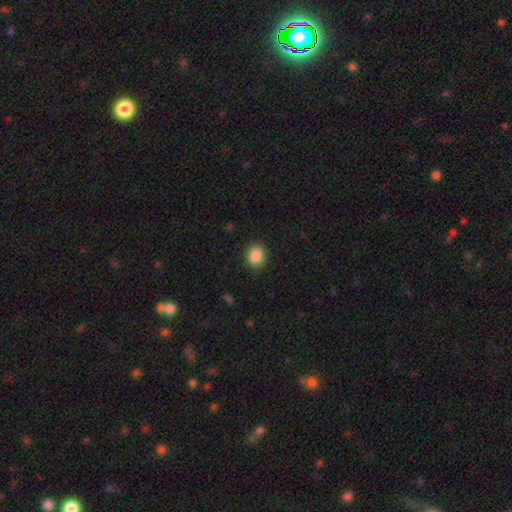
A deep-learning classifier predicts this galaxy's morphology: This is clearly a smooth galaxy (87%). How rounded: likely round (72%). Merging: clearly none (89%).